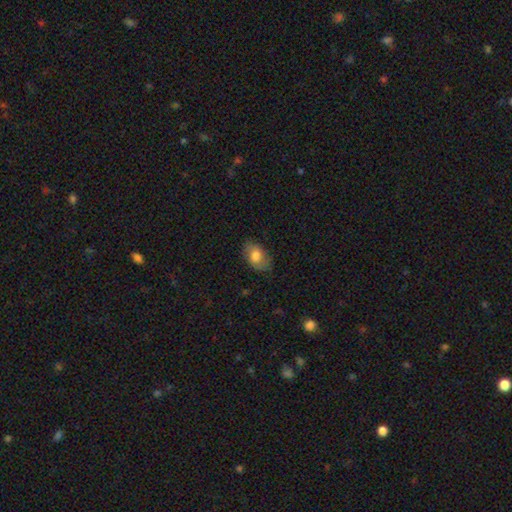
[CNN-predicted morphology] smooth 75%, featured or disk 17%, star or artifact 8%. Down the decision tree: how rounded — in between (85%); merging — none (72%).